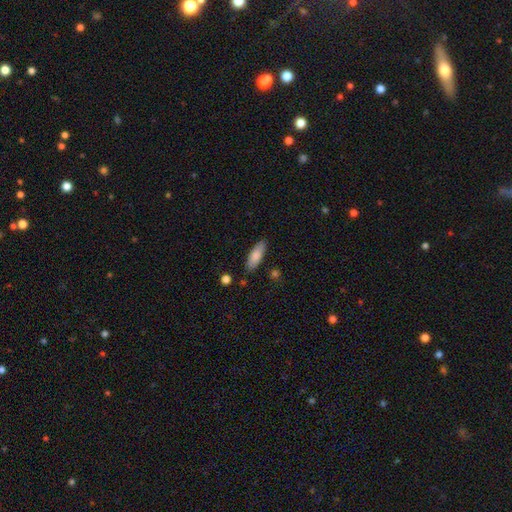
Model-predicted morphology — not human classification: type=smooth (80%); roundness=in between (61%); merging=none (85%).